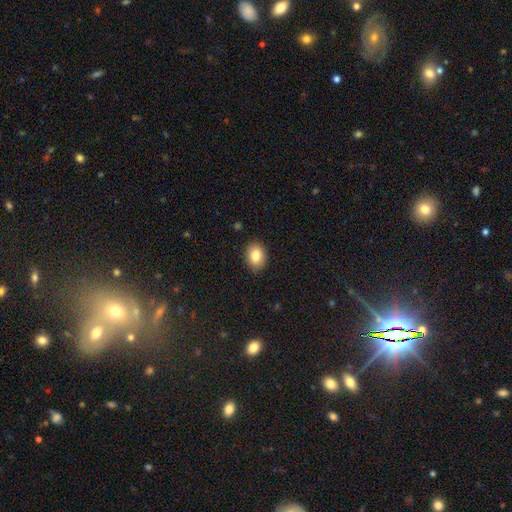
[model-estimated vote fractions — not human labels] Smooth or featured: smooth — 83% (featured or disk — 9%)
How rounded: in between — 64% (round — 35%)
Merging: none — 88% (minor disturbance — 9%)